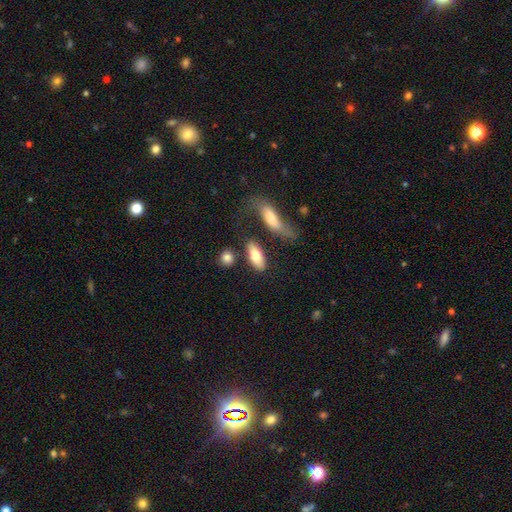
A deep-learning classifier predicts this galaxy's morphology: Smooth or featured? Predicted: smooth (p=0.74). How rounded? Predicted: in between (p=0.78). Merging? Predicted: none (p=0.71).